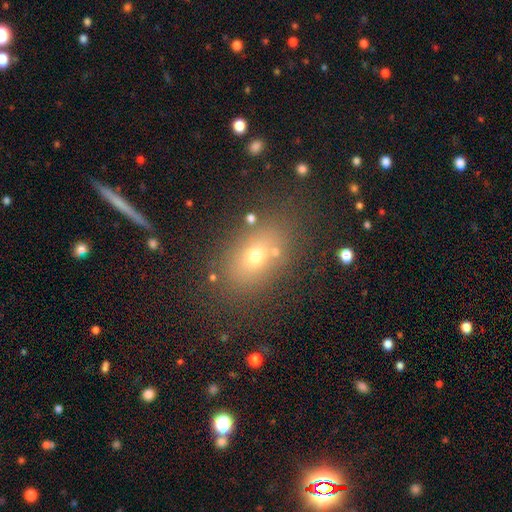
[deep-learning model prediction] The model was most divided on "how rounded": in between: 74%, round: 24%, cigar-shaped: 2%. More confident: merging — none (76%); smooth or featured — smooth (67%).